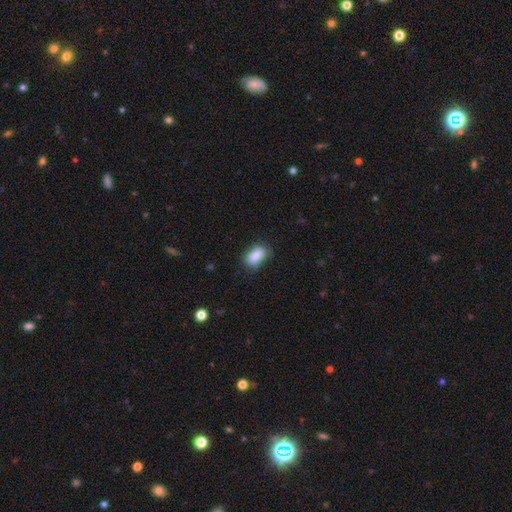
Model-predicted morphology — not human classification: This is clearly a smooth galaxy (85%). How rounded: clearly in between (89%). Merging: likely none (76%).